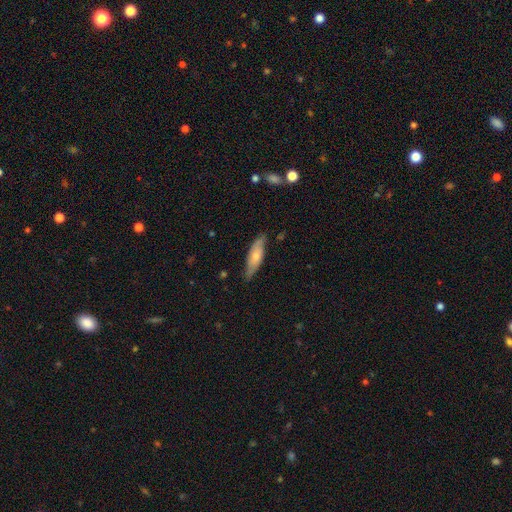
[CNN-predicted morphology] Q: Smooth or featured?
A: smooth (59%); runner-up: featured or disk (36%)
Q: How rounded?
A: cigar-shaped (49%); tied with: in between (49%)
Q: Merging?
A: none (74%); runner-up: minor disturbance (21%)